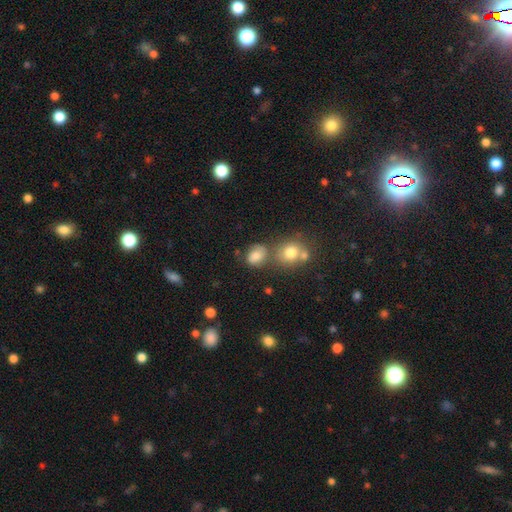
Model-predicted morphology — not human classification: A smooth galaxy with no disk features (72%) that is in between round and cigar-shaped (50%). Merging: none (52%).